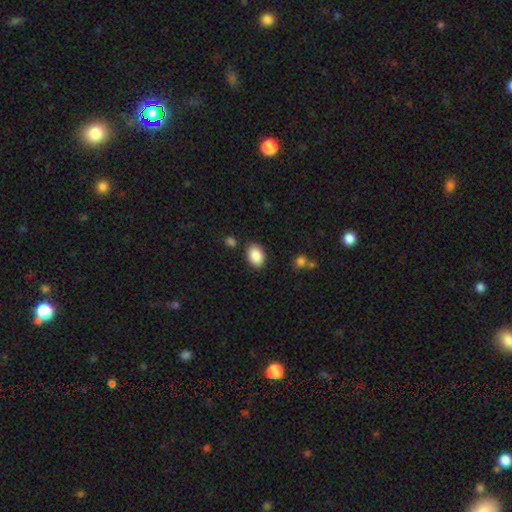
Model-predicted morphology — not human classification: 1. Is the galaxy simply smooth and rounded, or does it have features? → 89% smooth, 7% star or artifact, 4% featured or disk.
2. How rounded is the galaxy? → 81% in between, 17% round, 1% cigar-shaped.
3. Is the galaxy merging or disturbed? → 83% none, 11% minor disturbance, 3% merger, 3% major disturbance.